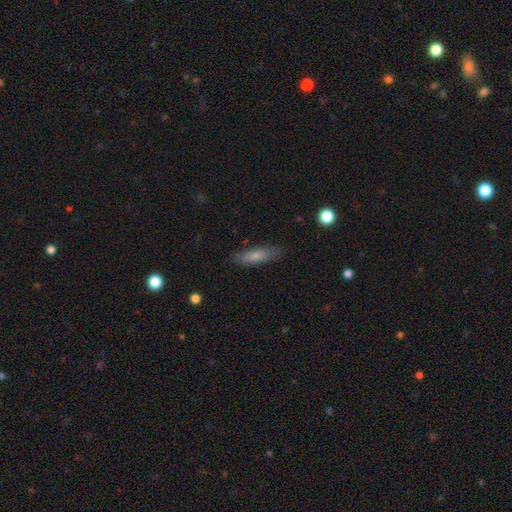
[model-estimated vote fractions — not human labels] A smooth galaxy with no disk features (74%) that is cigar-shaped (64%). Merging: none (82%).